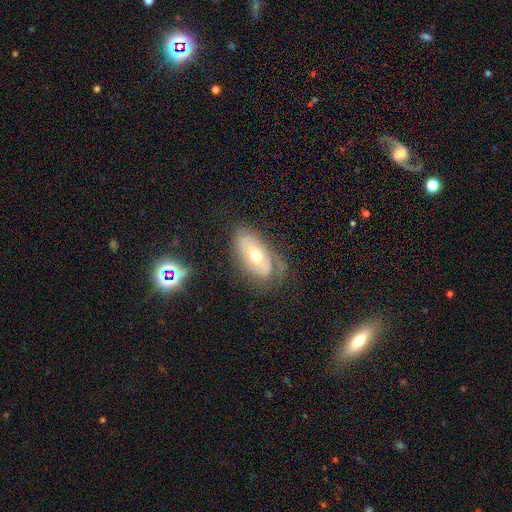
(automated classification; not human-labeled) smooth_or_featured: featured or disk (p=0.52) [alt: smooth p=0.40]
disk_edge_on: no (p=0.87) [alt: yes p=0.13]
merging: none (p=0.61) [alt: minor disturbance p=0.23]